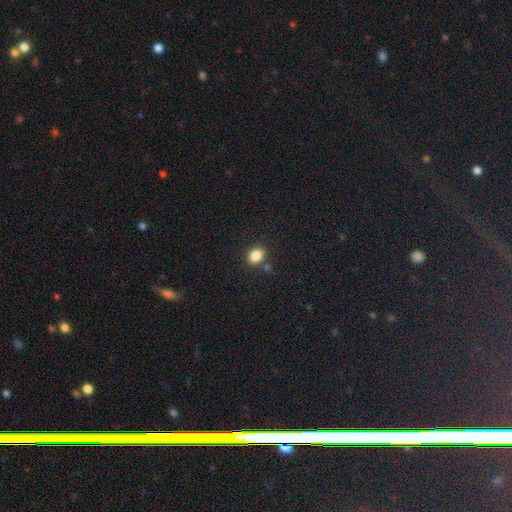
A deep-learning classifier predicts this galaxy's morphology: Smooth or featured? Predicted: smooth (p=0.85). How rounded? Predicted: in between (p=0.52). Merging? Predicted: none (p=0.80).